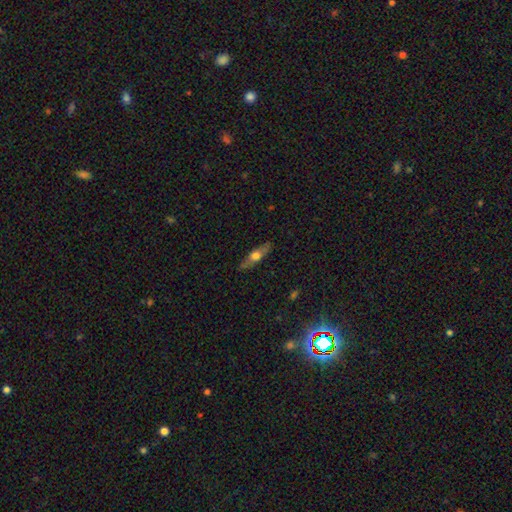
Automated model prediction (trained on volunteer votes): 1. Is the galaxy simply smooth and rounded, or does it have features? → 49% featured or disk, 45% smooth, 6% star or artifact.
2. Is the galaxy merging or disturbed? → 87% none, 10% minor disturbance, 2% major disturbance, 1% merger.